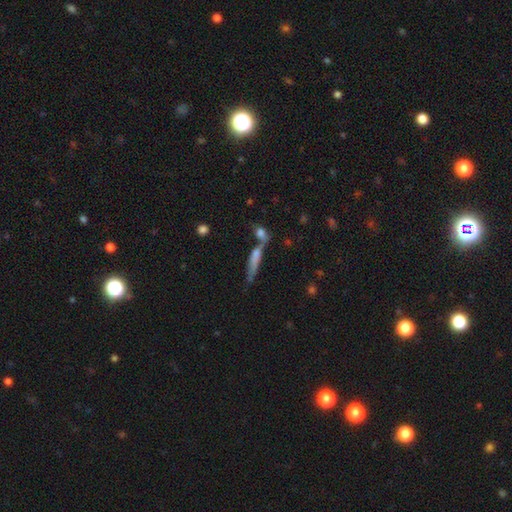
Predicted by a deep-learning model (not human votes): Smooth or featured? Predicted: smooth (p=0.54). How rounded? Predicted: cigar-shaped (p=0.86). Merging? Predicted: none (p=0.57).